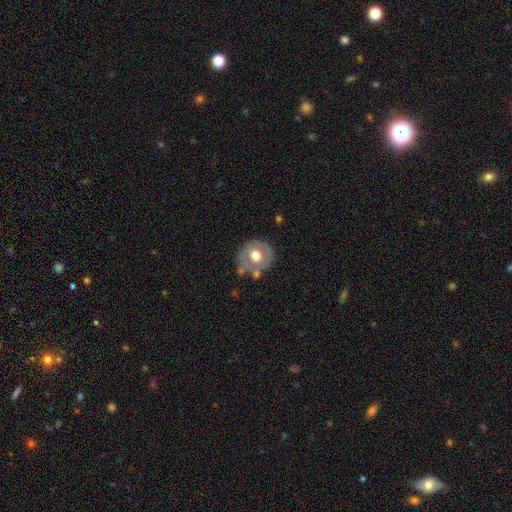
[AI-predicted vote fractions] Overall: smooth (50%; featured or disk 43%). How rounded: round (82%). Merging: none (65%).